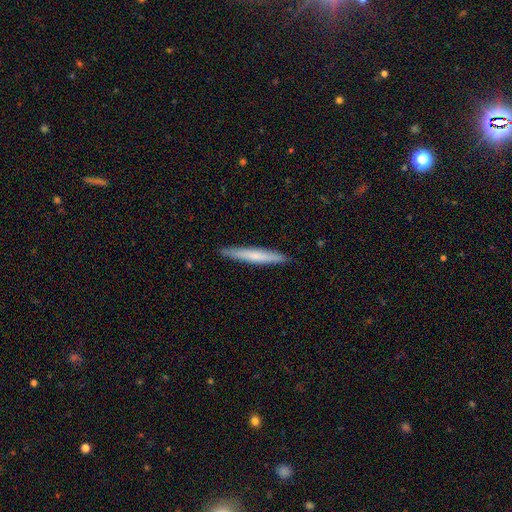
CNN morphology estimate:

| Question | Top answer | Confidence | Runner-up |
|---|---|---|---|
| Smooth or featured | smooth | 62% | featured or disk (33%) |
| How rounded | cigar-shaped | 96% | in between (3%) |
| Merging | none | 91% | minor disturbance (7%) |